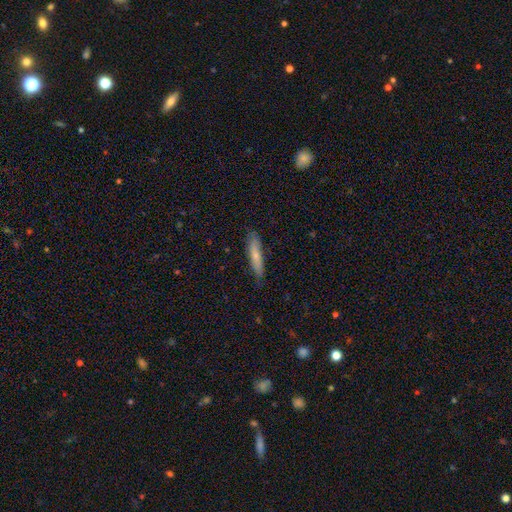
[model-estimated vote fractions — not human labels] smooth 71%, featured or disk 23%, star or artifact 6%. Down the decision tree: how rounded — cigar-shaped (86%); merging — none (82%).